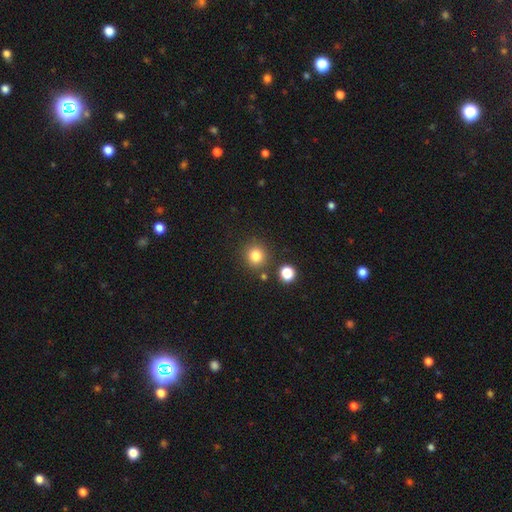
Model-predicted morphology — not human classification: smooth 82%, star or artifact 13%, featured or disk 6%. Down the decision tree: how rounded — round (91%); merging — none (84%).